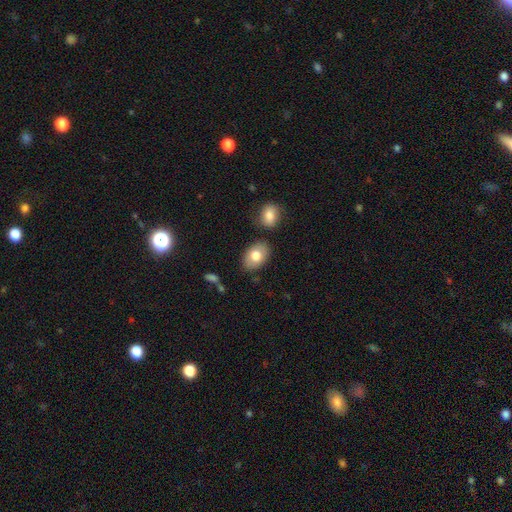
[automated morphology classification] Smooth or featured: smooth — 77% (featured or disk — 17%)
How rounded: in between — 85% (round — 14%)
Merging: none — 79% (minor disturbance — 12%)